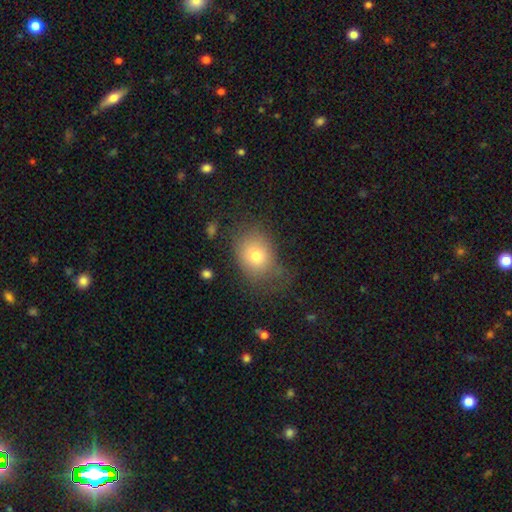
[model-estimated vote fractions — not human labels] A smooth galaxy with no disk features (75%) that is in between round and cigar-shaped (58%).

Vote fractions:
- Smooth or featured? smooth: 75% / featured or disk: 14% / star or artifact: 11%
- How rounded? in between: 58% / round: 42% / cigar-shaped: 1%
- Merging? none: 59% / minor disturbance: 25% / major disturbance: 14% / merger: 2%